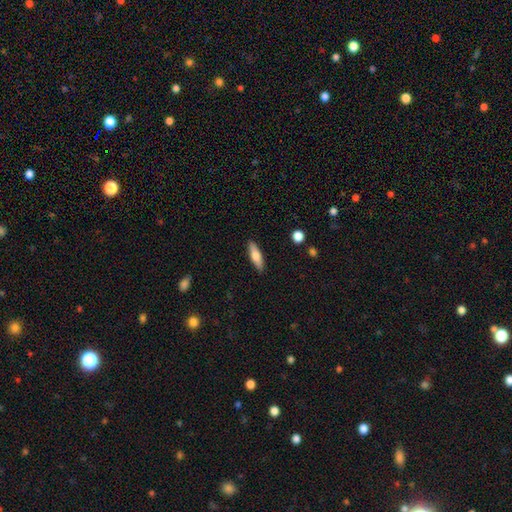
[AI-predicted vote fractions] This is likely a smooth galaxy (68%). How rounded: possibly cigar-shaped (58%). Merging: clearly none (89%).